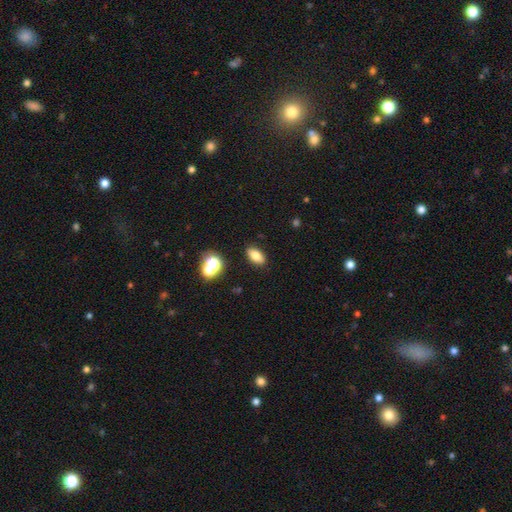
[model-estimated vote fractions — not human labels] A smooth galaxy with no disk features (75%) that is in between round and cigar-shaped (86%).

Vote fractions:
- Smooth or featured? smooth: 75% / featured or disk: 13% / star or artifact: 12%
- How rounded? in between: 86% / round: 7% / cigar-shaped: 7%
- Merging? none: 87% / minor disturbance: 8% / merger: 3% / major disturbance: 2%